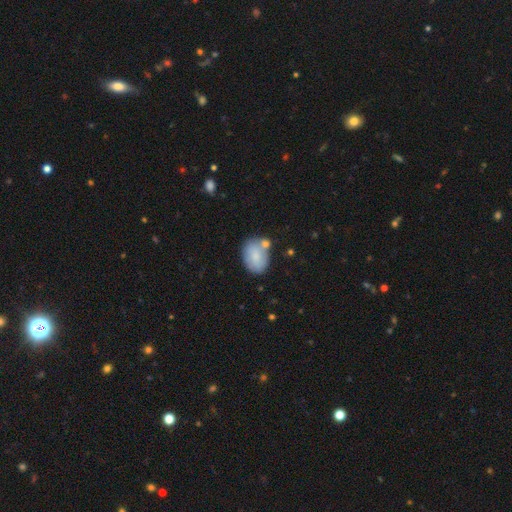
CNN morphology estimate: Smooth or featured? Predicted: smooth (p=0.77). How rounded? Predicted: in between (p=0.77). Merging? Predicted: none (p=0.54).